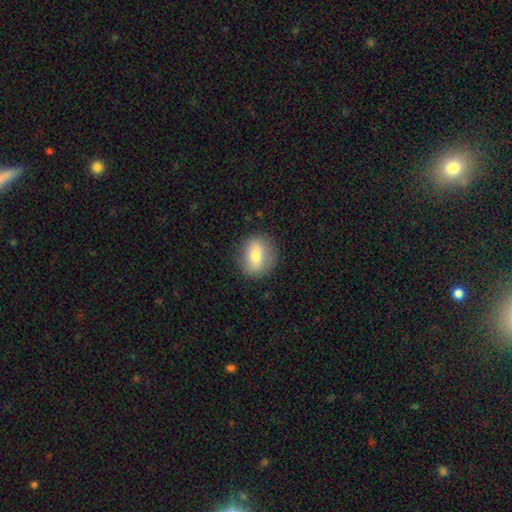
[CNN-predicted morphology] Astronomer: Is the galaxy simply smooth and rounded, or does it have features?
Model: smooth — 70%.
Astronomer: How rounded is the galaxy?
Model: round — 52% (runner-up: in between, 46%).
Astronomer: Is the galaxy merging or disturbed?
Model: none — 84%.